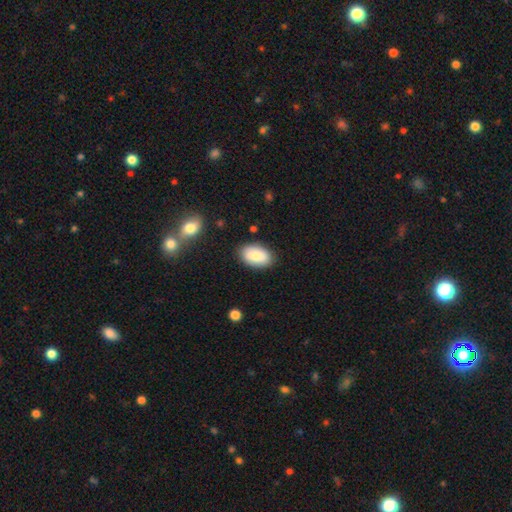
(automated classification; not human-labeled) This is clearly a smooth galaxy (82%). How rounded: clearly in between (92%). Merging: clearly none (85%).